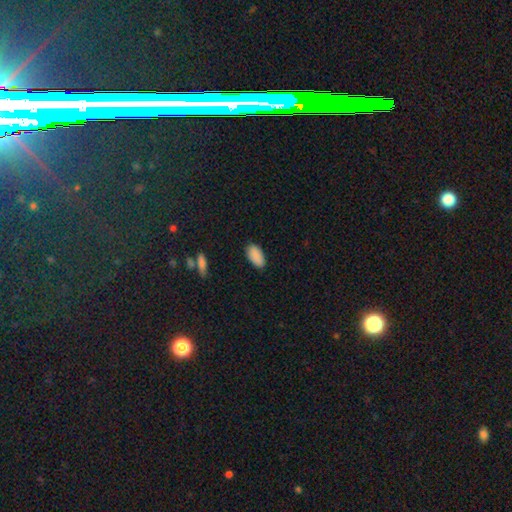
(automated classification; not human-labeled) A smooth galaxy with no disk features (89%) that is in between round and cigar-shaped (94%). Merging: none (86%).